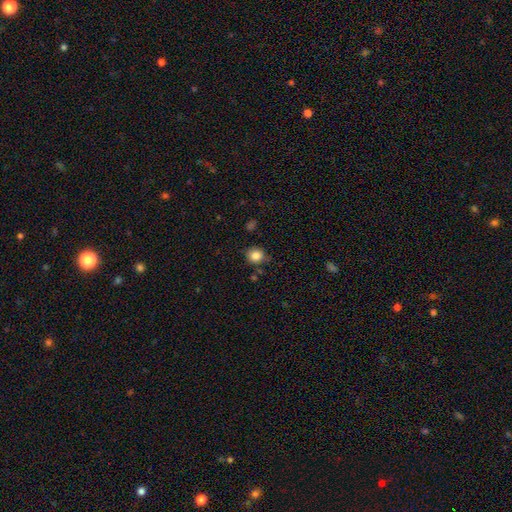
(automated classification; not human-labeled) Smooth or featured? Predicted: smooth (p=0.84). How rounded? Predicted: round (p=0.83). Merging? Predicted: none (p=0.80).